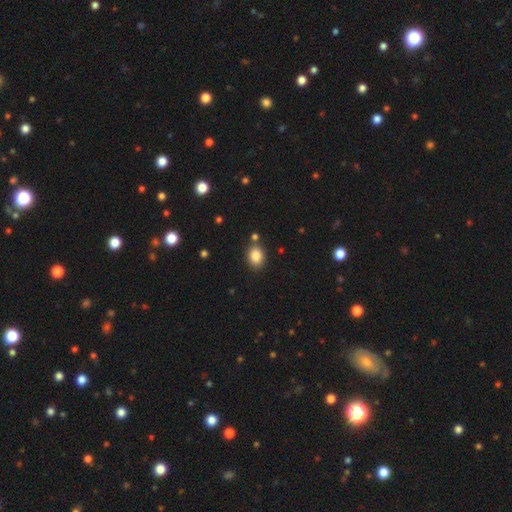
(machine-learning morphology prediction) smooth 85%, star or artifact 9%, featured or disk 6%. Down the decision tree: how rounded — in between (58%); merging — none (80%).